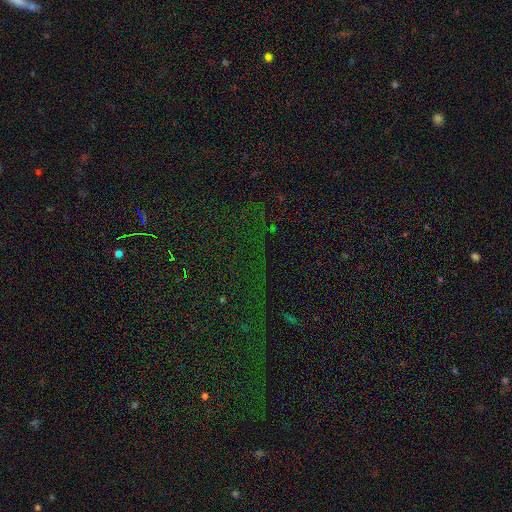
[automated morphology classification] The model was most divided on "smooth or featured": star or artifact: 81%, smooth: 11%, featured or disk: 9%.